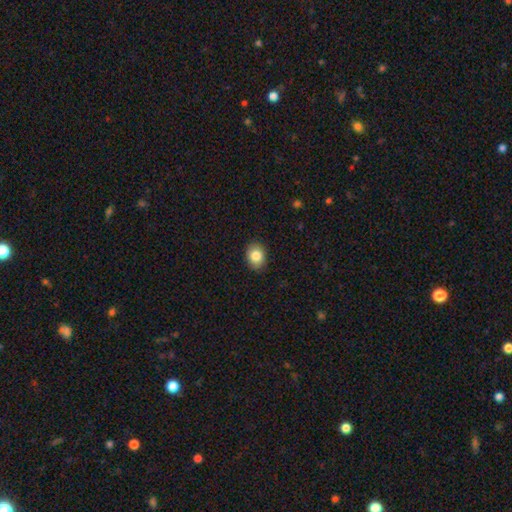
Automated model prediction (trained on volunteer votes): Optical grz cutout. It shows a smooth galaxy with no disk features (84%) that is in between round and cigar-shaped (60%). Merging: none (89%).